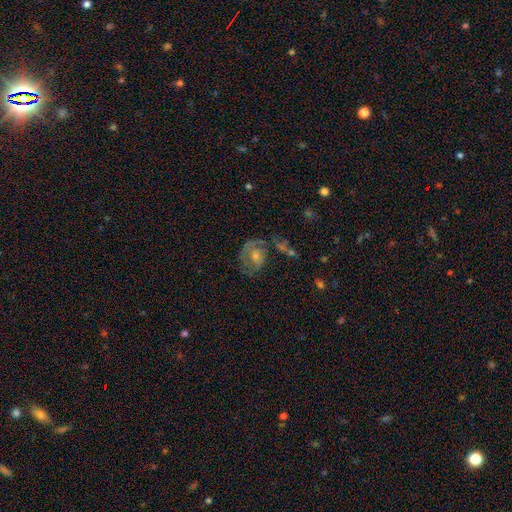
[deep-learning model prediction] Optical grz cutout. It shows a featured or disk galaxy (71%) with no bar (67%), 2 (49%) tight (46%) spiral arms (80%) and a moderate central bulge (53%). Merging: none (55%).